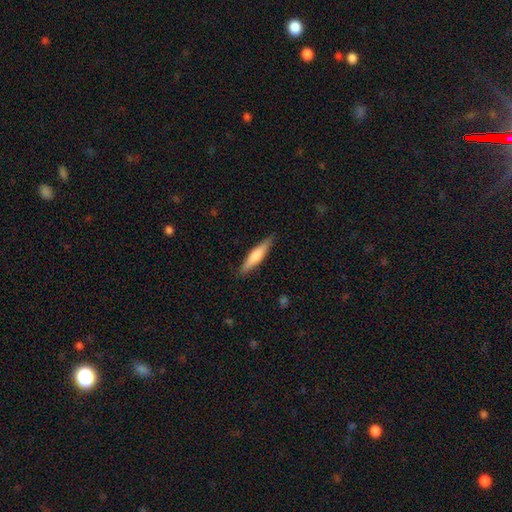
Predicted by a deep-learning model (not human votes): smooth 60%, featured or disk 35%, star or artifact 5%. Down the decision tree: how rounded — cigar-shaped (85%); merging — none (88%).